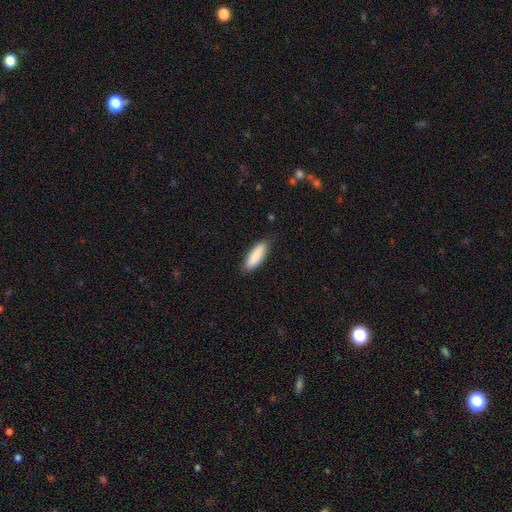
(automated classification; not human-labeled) smooth_or_featured: smooth (p=0.87) [alt: featured or disk p=0.07]
how_rounded: in between (p=0.51) [alt: cigar-shaped p=0.47]
merging: none (p=0.84) [alt: minor disturbance p=0.12]